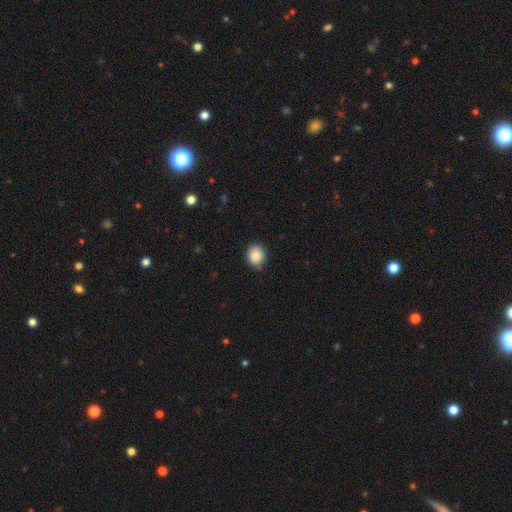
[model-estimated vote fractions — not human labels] Morphology: type=smooth (87%); roundness=round (67%); merging=none (78%).